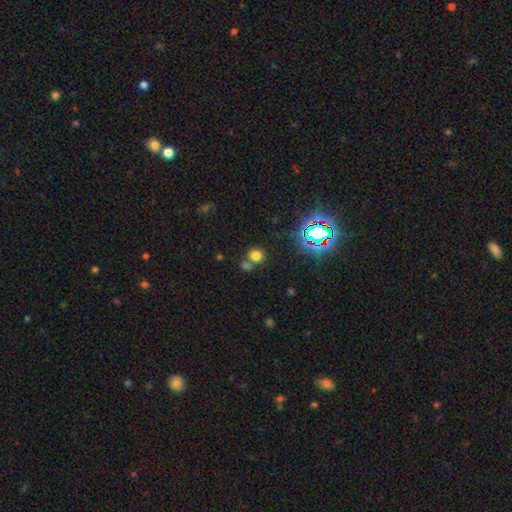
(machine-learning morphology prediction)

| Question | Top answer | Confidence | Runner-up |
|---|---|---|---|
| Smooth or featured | smooth | 69% | star or artifact (24%) |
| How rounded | round | 87% | in between (12%) |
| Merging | none | 59% | merger (30%) |